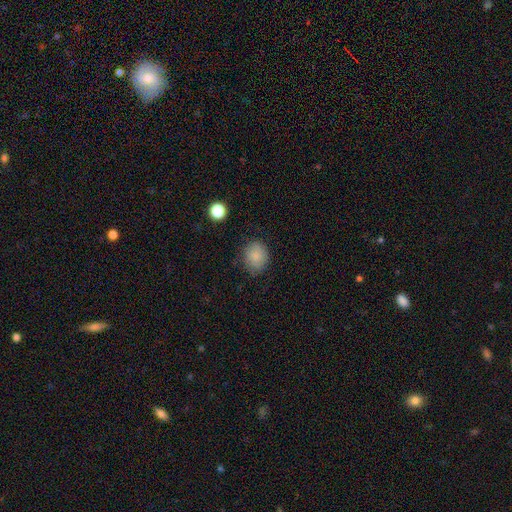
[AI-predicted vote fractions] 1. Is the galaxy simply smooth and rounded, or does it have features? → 85% smooth, 9% star or artifact, 6% featured or disk.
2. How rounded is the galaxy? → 63% round, 36% in between, 1% cigar-shaped.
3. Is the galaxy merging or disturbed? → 79% none, 16% minor disturbance, 4% major disturbance, 1% merger.